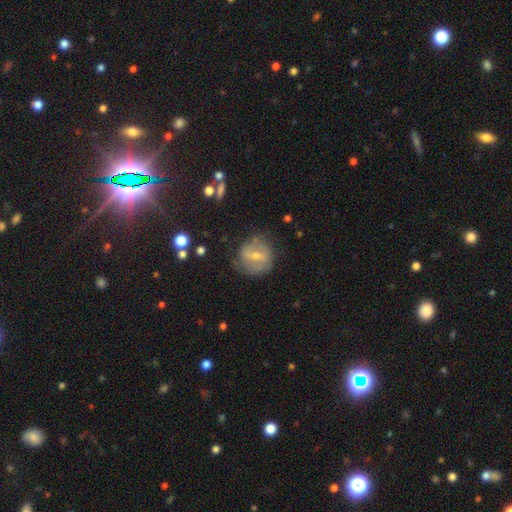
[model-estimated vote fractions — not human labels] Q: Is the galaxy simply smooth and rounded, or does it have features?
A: featured or disk — 61%.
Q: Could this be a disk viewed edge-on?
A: no — 96%.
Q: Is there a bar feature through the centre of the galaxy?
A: weak — 53%.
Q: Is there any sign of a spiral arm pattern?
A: yes — 74%.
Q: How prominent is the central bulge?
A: moderate — 52%.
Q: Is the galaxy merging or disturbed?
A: none — 69%.